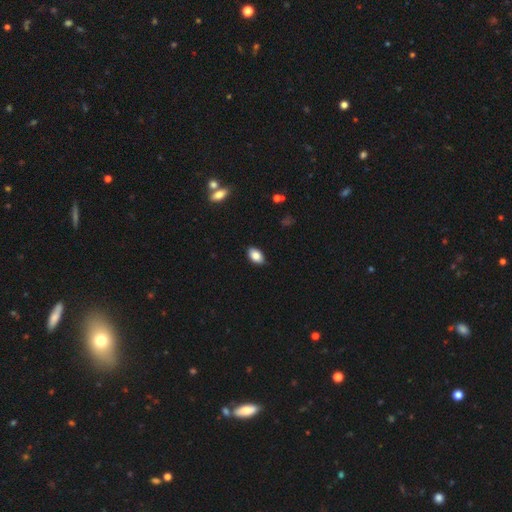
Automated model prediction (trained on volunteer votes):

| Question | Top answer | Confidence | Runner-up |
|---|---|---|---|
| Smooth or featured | smooth | 85% | featured or disk (8%) |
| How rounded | in between | 92% | round (6%) |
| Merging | none | 87% | minor disturbance (10%) |